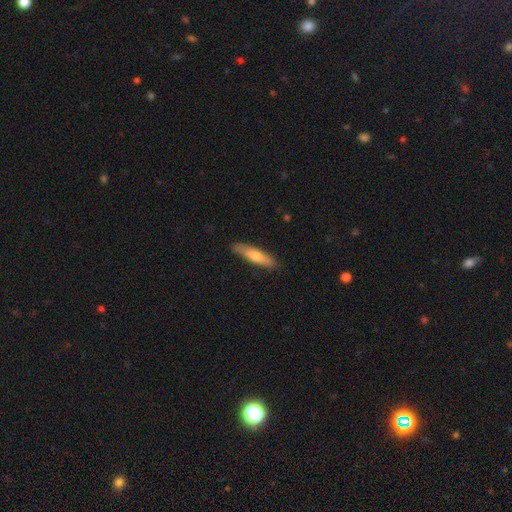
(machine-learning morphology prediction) smooth-or-featured: smooth: 63% | featured or disk: 31% | star or artifact: 6%
  how-rounded: cigar-shaped: 79% | in between: 20% | round: 2%
  merging: none: 86% | minor disturbance: 11% | major disturbance: 2% | merger: 1%